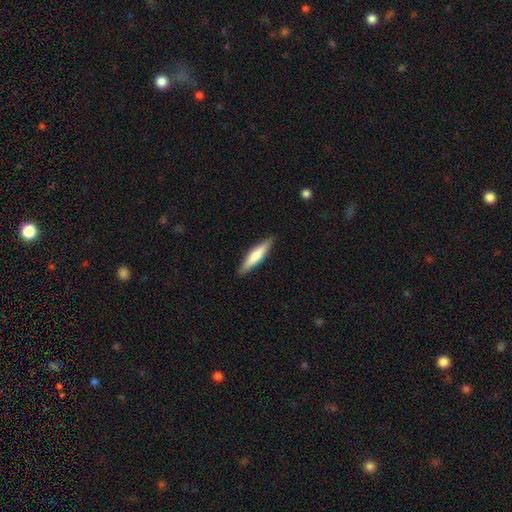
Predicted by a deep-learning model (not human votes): This is likely a smooth galaxy (62%). How rounded: clearly cigar-shaped (83%). Merging: clearly none (90%).